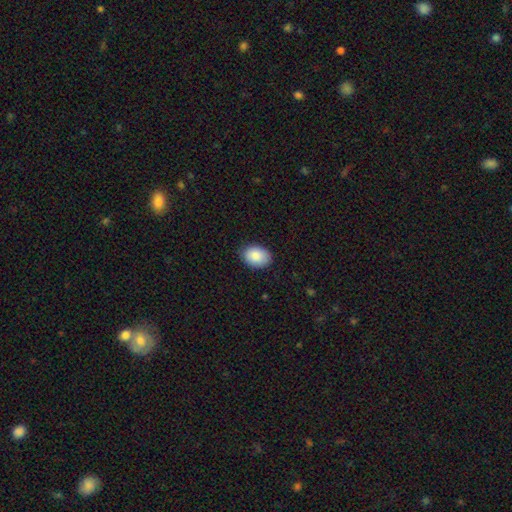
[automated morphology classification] Overall: smooth (87%). How rounded: in between (80%). Merging: none (86%).